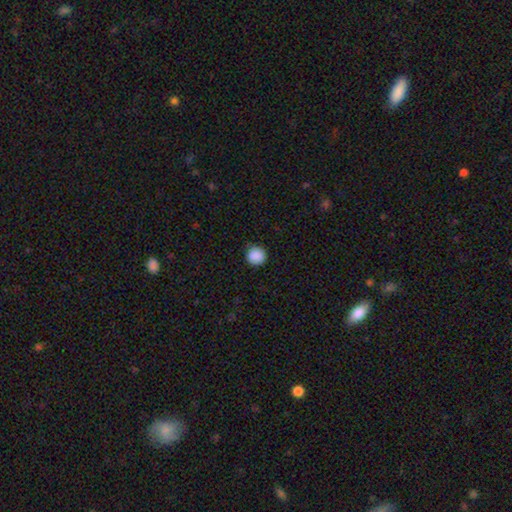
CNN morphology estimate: The model was most divided on "smooth or featured": smooth: 89%, star or artifact: 9%, featured or disk: 2%. More confident: how rounded — round (94%); merging — none (89%).